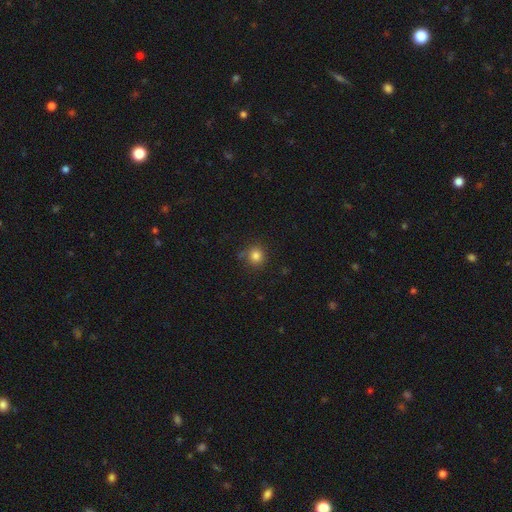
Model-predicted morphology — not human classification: A smooth galaxy with no disk features (82%) that is round (90%).

Vote fractions:
- Smooth or featured? smooth: 82% / star or artifact: 13% / featured or disk: 5%
- How rounded? round: 90% / in between: 9% / cigar-shaped: 1%
- Merging? none: 79% / minor disturbance: 14% / major disturbance: 4% / merger: 4%